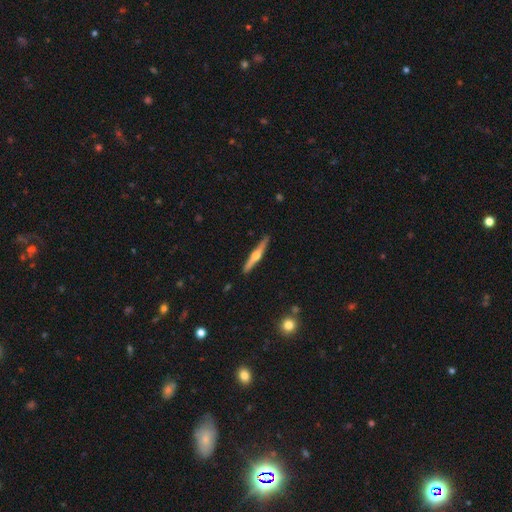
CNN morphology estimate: This appears to be a featured or disk galaxy (66%) viewed edge-on (97%) with a rounded central bulge (92%). Merging: none (89%).